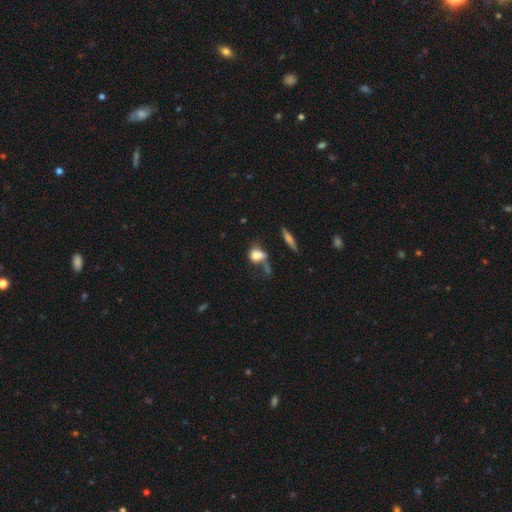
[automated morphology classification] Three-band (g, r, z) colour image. It shows a smooth galaxy with no disk features (72%) that is in between round and cigar-shaped (57%). Merging: none (32%).